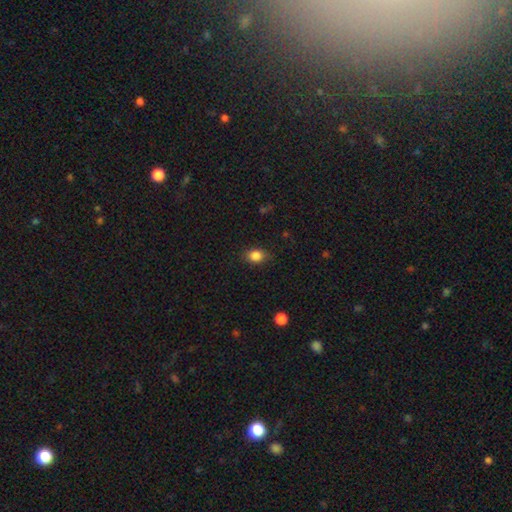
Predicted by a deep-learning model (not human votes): Q: Smooth or featured?
A: smooth (85%); runner-up: star or artifact (10%)
Q: How rounded?
A: in between (62%); runner-up: round (37%)
Q: Merging?
A: none (82%); runner-up: minor disturbance (14%)